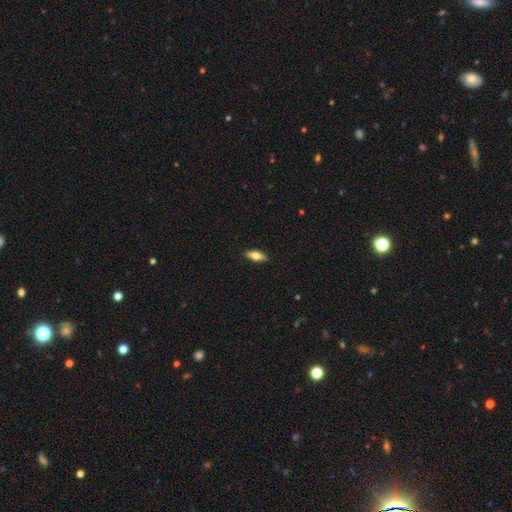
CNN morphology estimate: The model was most divided on "smooth or featured": smooth: 62%, featured or disk: 32%, star or artifact: 6%. More confident: merging — none (90%); how rounded — in between (68%).